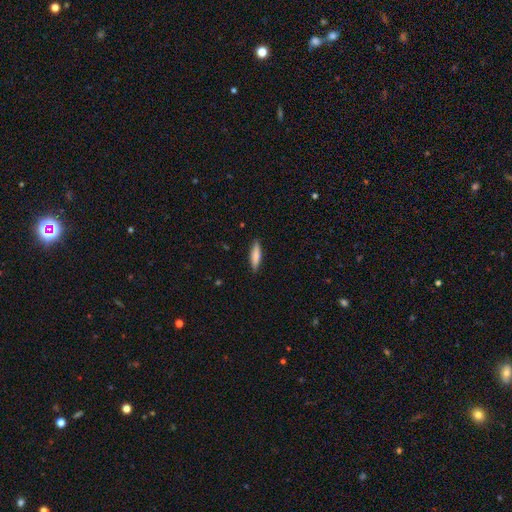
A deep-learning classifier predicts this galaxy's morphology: smooth_or_featured: smooth (p=0.78) [alt: featured or disk p=0.17]
how_rounded: cigar-shaped (p=0.74) [alt: in between p=0.24]
merging: none (p=0.88) [alt: minor disturbance p=0.09]